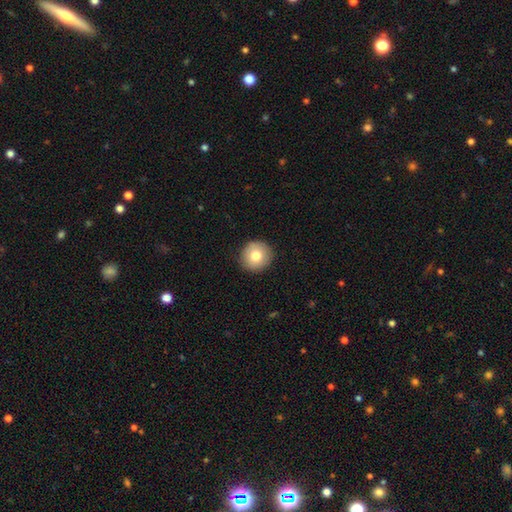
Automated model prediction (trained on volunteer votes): Smooth or featured: smooth — 79% (featured or disk — 13%)
How rounded: round — 93% (in between — 6%)
Merging: none — 91% (minor disturbance — 6%)